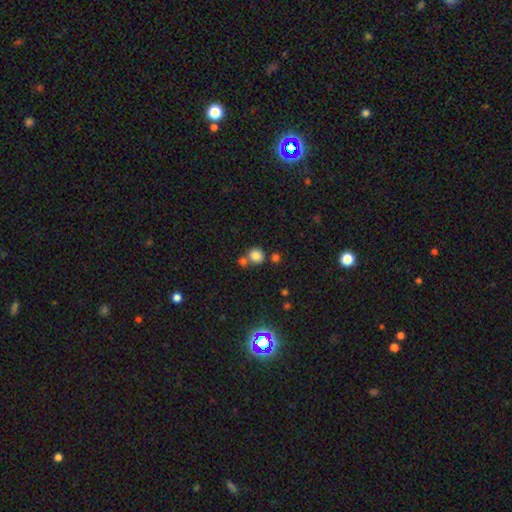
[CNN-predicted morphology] This appears to be a smooth galaxy with no disk features (81%) that is round (86%). Merging: none (61%).